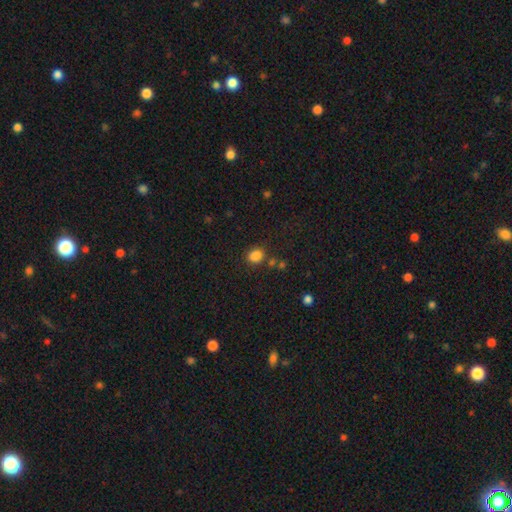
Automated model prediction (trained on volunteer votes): Overall: smooth (83%). How rounded: round (50%; in between 49%). Merging: none (72%).